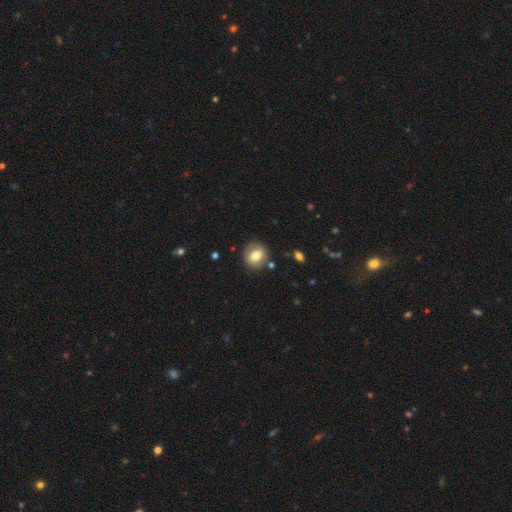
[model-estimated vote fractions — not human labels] This is likely a smooth galaxy (77%). How rounded: likely round (77%). Merging: clearly none (83%).